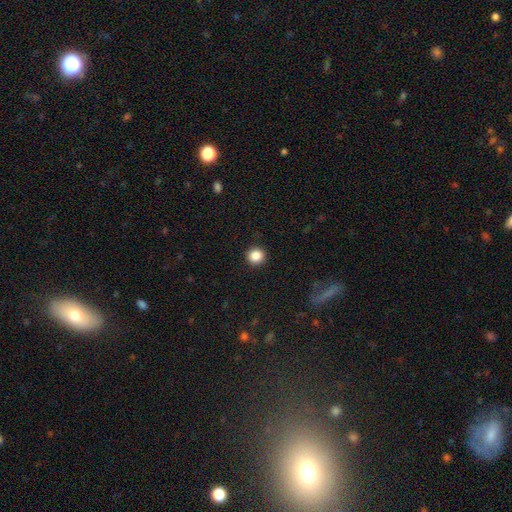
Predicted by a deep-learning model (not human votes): Smooth or featured? Predicted: smooth (p=0.87). How rounded? Predicted: round (p=0.93). Merging? Predicted: none (p=0.92).